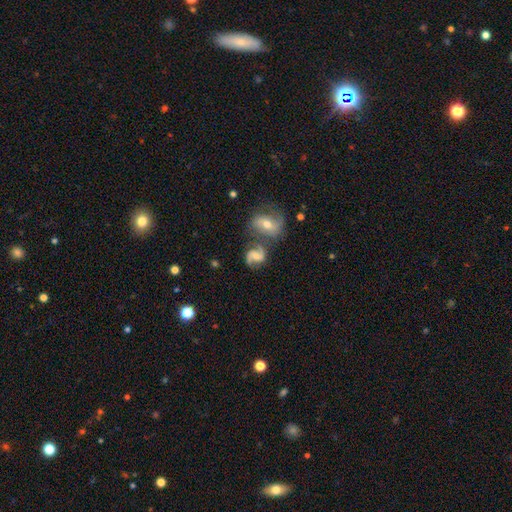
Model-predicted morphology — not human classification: Smooth or featured: featured or disk — 78% (smooth — 15%)
Edge-on disk: no — 97% (yes — 3%)
Bar: weak — 44% (no — 39%)
Spiral arms: yes — 95% (no — 5%)
Spiral winding: medium — 49% (loose — 39%)
Spiral arm count: 2 — 90% (1 — 4%)
Bulge size: moderate — 43% (small — 35%)
Merging: none — 54% (merger — 23%)